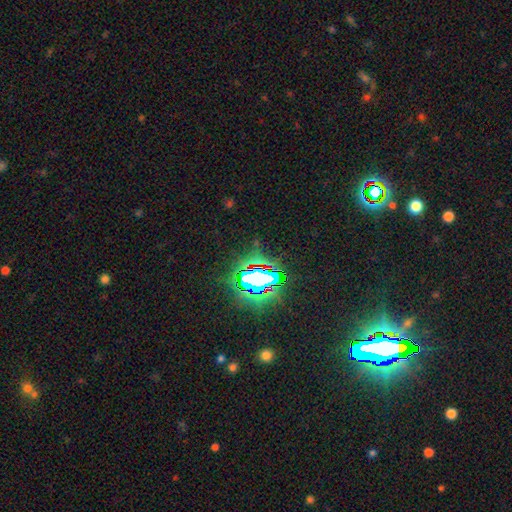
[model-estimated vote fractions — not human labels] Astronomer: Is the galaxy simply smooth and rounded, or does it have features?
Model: star or artifact — 84%.